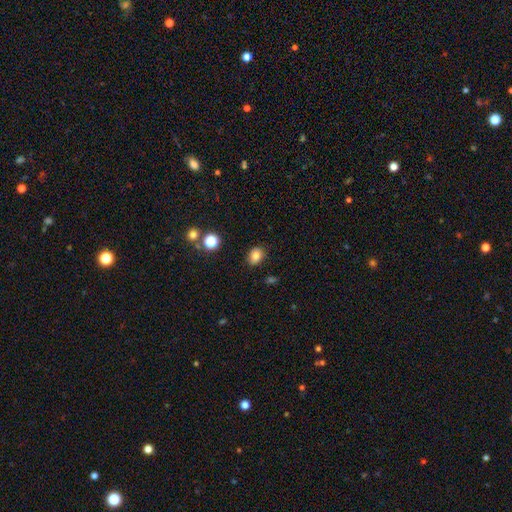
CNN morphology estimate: Overall: smooth (82%). How rounded: in between (62%; round 37%). Merging: none (86%).